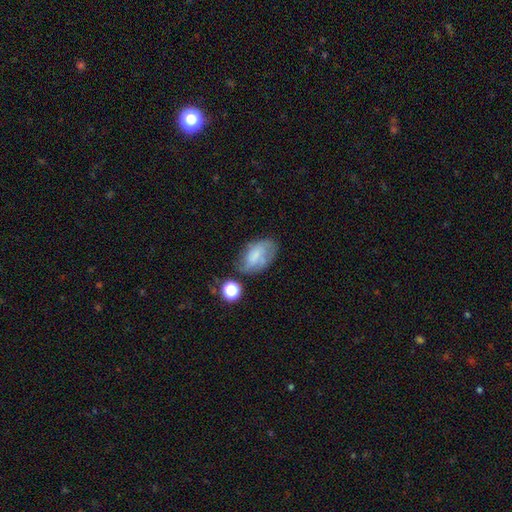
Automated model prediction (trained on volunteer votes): This is possibly a smooth galaxy (59%). How rounded: clearly in between (89%). Merging: possibly none (48%).